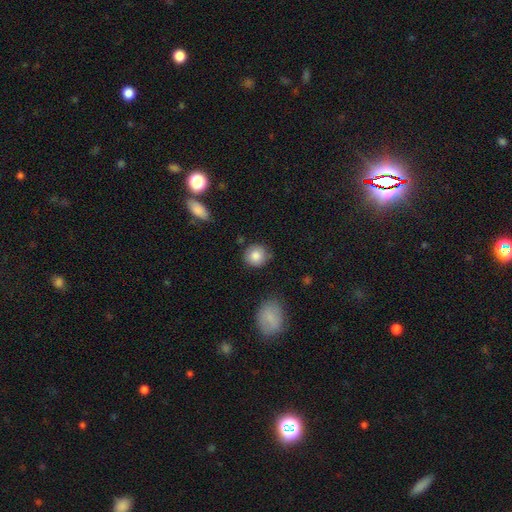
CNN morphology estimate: This is clearly a smooth galaxy (84%). How rounded: clearly round (87%). Merging: likely none (80%).